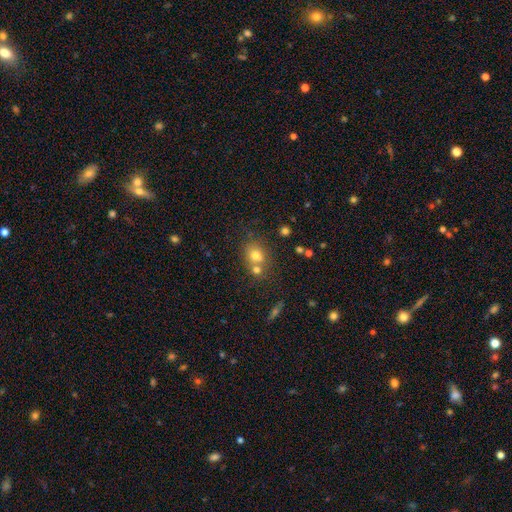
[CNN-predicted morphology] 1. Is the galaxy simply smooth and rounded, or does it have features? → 73% smooth, 14% featured or disk, 13% star or artifact.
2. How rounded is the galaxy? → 53% round, 45% in between, 1% cigar-shaped.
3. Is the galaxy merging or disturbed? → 45% none, 41% merger, 10% minor disturbance, 4% major disturbance.